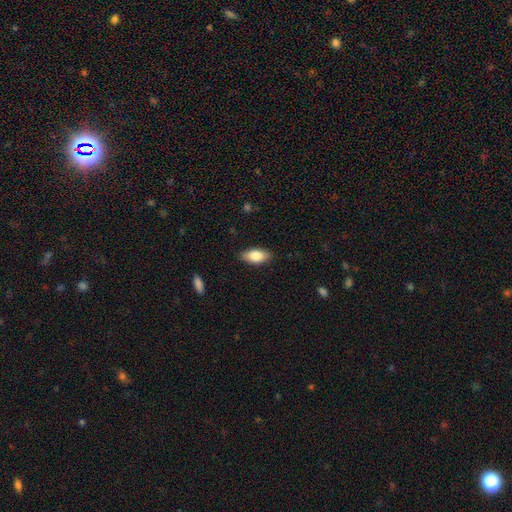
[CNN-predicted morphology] Smooth or featured? smooth (84%)
How rounded? in between (90%)
Merging? none (86%)